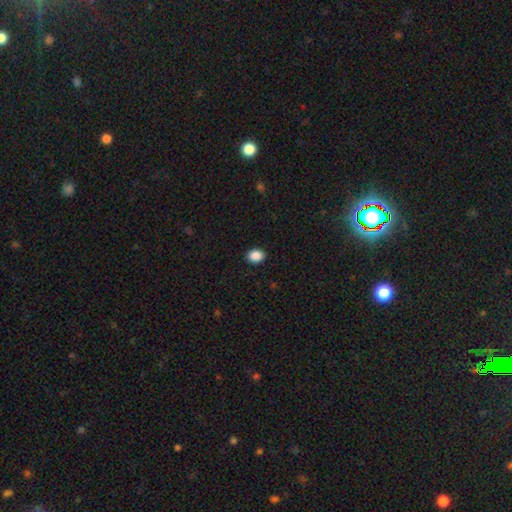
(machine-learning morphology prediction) smooth 89%, star or artifact 8%, featured or disk 2%. Down the decision tree: how rounded — in between (64%); merging — none (91%).